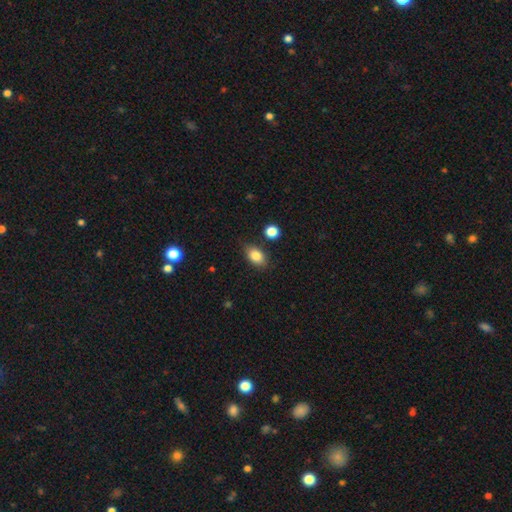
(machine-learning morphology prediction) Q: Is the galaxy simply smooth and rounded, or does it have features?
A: smooth — 84%.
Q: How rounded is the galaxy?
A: in between — 84%.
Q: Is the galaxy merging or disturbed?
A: none — 80%.